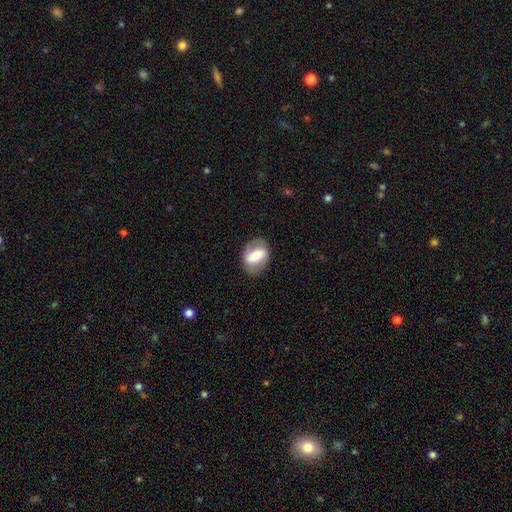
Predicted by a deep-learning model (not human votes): Q: Smooth or featured?
A: smooth (53%); runner-up: featured or disk (39%)
Q: How rounded?
A: in between (81%); runner-up: round (17%)
Q: Merging?
A: none (78%); runner-up: minor disturbance (15%)